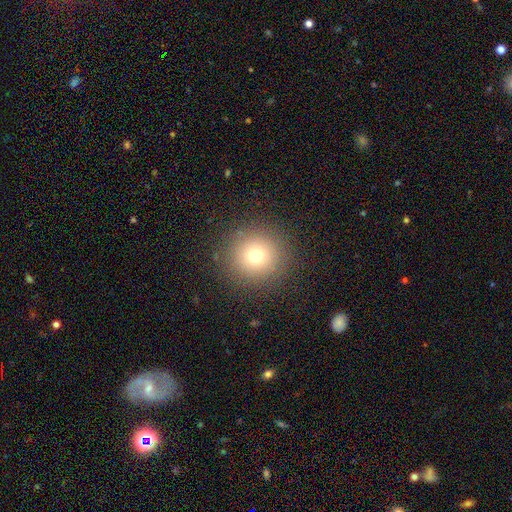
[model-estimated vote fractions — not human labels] Overall: smooth (73%). How rounded: round (95%). Merging: none (89%).